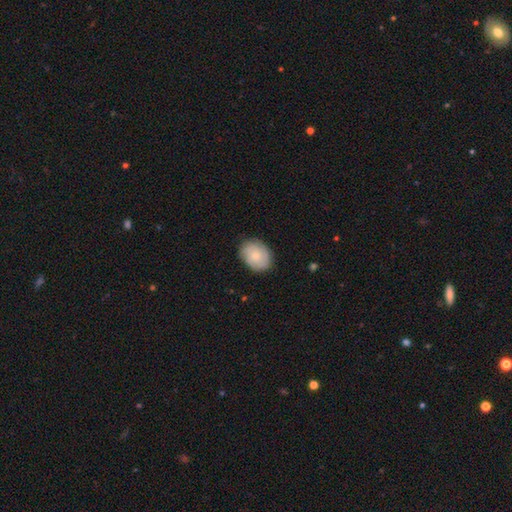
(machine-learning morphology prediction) Smooth or featured?
  - smooth: 62% *
  - featured or disk: 32%
  - star or artifact: 7%
How rounded?
  - in between: 58% *
  - round: 41%
  - cigar-shaped: 1%
Merging?
  - none: 79% *
  - minor disturbance: 17%
  - major disturbance: 3%
  - merger: 1%